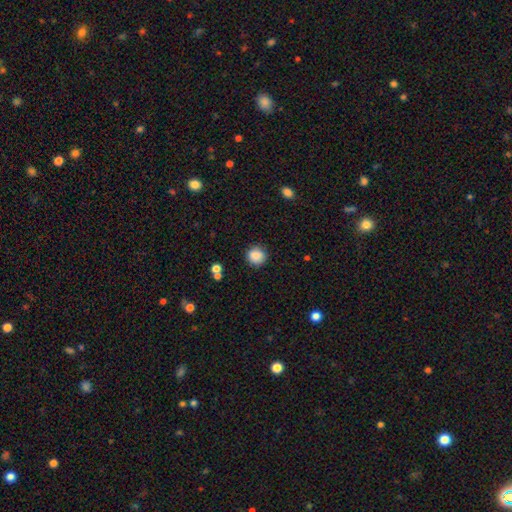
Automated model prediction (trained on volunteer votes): This is clearly a smooth galaxy (87%). How rounded: clearly round (91%). Merging: clearly none (87%).